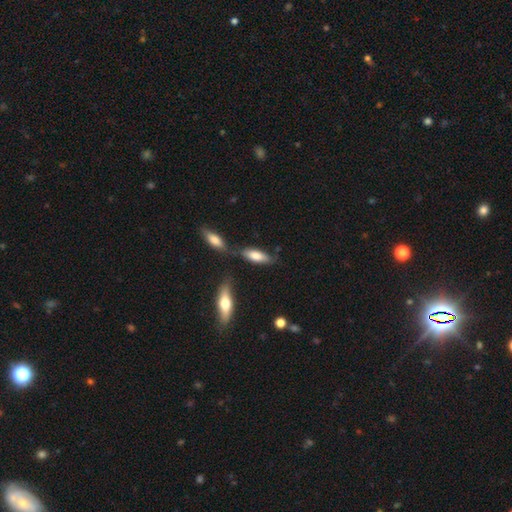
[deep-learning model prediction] smooth 76%, featured or disk 18%, star or artifact 6%. Down the decision tree: how rounded — in between (66%); merging — none (62%).